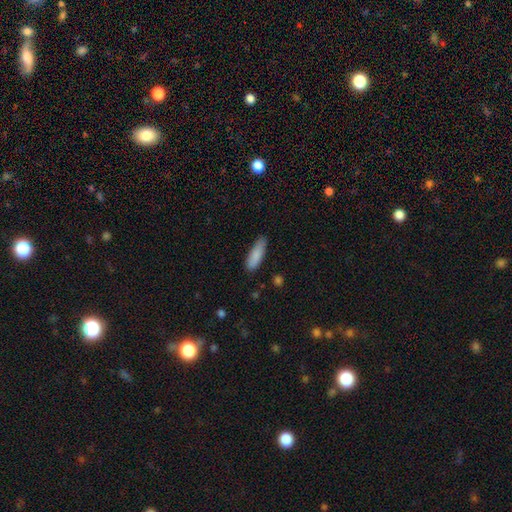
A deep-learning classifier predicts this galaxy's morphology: smooth_or_featured: smooth (p=0.87) [alt: featured or disk p=0.07]
how_rounded: in between (p=0.51) [alt: cigar-shaped p=0.47]
merging: none (p=0.77) [alt: minor disturbance p=0.18]